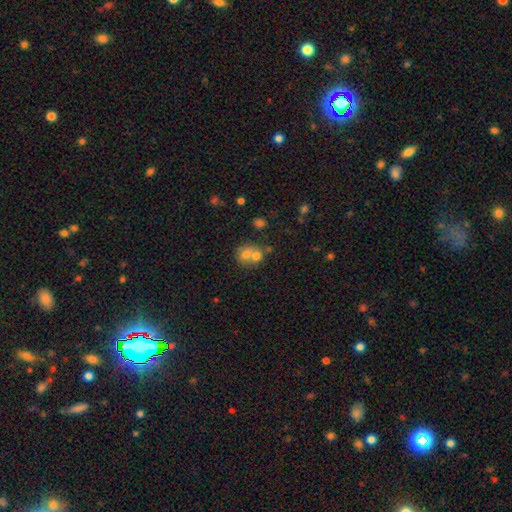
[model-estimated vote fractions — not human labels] Smooth or featured?
  - smooth: 68% *
  - featured or disk: 20%
  - star or artifact: 12%
How rounded?
  - round: 67% *
  - in between: 32%
  - cigar-shaped: 1%
Merging?
  - merger: 63% *
  - none: 26%
  - minor disturbance: 7%
  - major disturbance: 4%